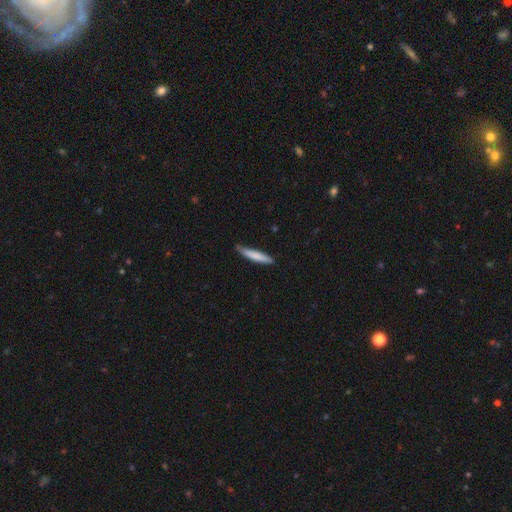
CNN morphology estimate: The model was most divided on "merging": none: 76%, minor disturbance: 20%, major disturbance: 3%, merger: 1%. More confident: how rounded — cigar-shaped (92%); smooth or featured — smooth (77%).